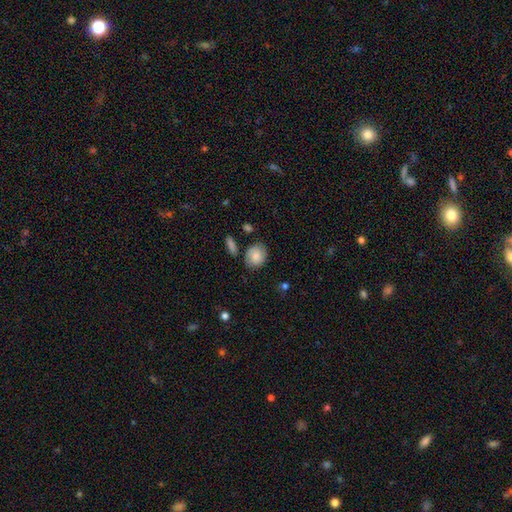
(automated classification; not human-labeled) A smooth galaxy with no disk features (73%) that is round (51%).

Vote fractions:
- Smooth or featured? smooth: 73% / featured or disk: 20% / star or artifact: 8%
- How rounded? round: 51% / in between: 48% / cigar-shaped: 1%
- Merging? none: 70% / minor disturbance: 20% / major disturbance: 5% / merger: 5%